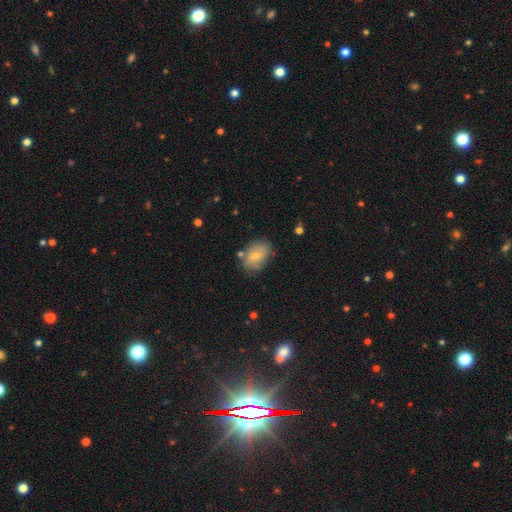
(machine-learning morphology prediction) Smooth or featured? Predicted: smooth (p=0.60). How rounded? Predicted: in between (p=0.82). Merging? Predicted: none (p=0.74).